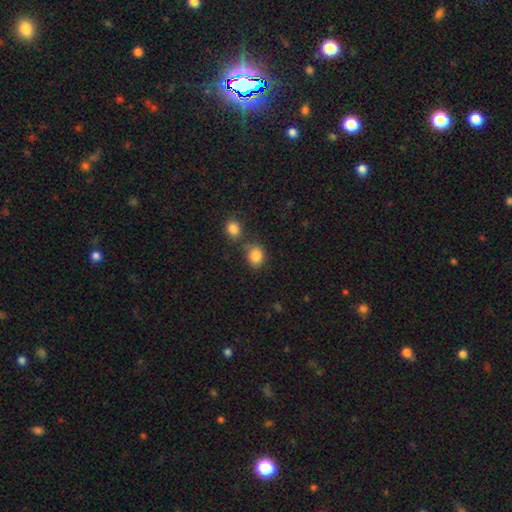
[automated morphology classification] smooth_or_featured: smooth (p=0.85) [alt: star or artifact p=0.10]
how_rounded: round (p=0.64) [alt: in between p=0.35]
merging: none (p=0.62) [alt: merger p=0.21]